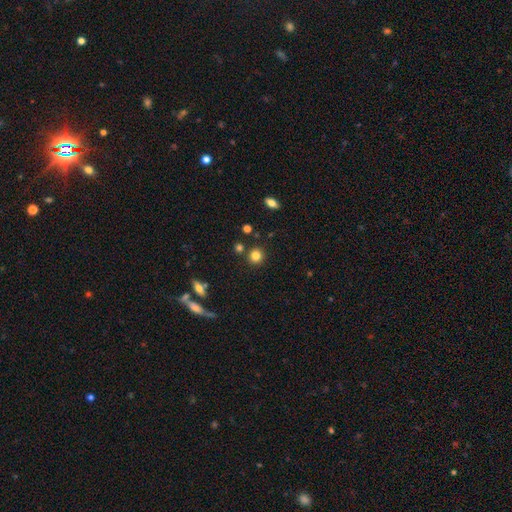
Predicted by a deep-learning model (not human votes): A smooth galaxy with no disk features (82%) that is round (92%).

Vote fractions:
- Smooth or featured? smooth: 82% / star or artifact: 12% / featured or disk: 6%
- How rounded? round: 92% / in between: 7% / cigar-shaped: 1%
- Merging? none: 86% / minor disturbance: 7% / merger: 5% / major disturbance: 2%